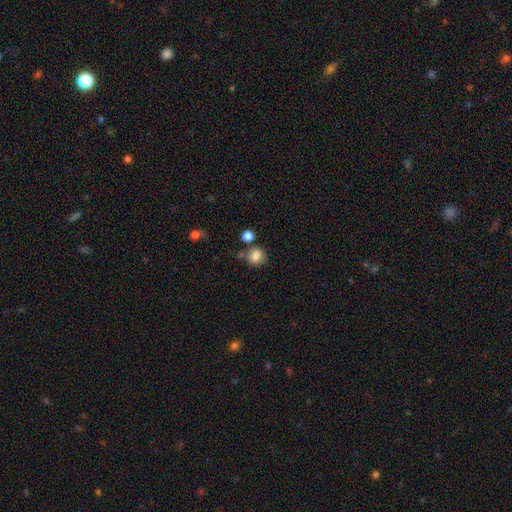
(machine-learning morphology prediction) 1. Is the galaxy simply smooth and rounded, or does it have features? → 84% smooth, 10% star or artifact, 6% featured or disk.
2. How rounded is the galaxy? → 83% round, 16% in between, 1% cigar-shaped.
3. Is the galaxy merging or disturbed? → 66% none, 14% merger, 14% minor disturbance, 5% major disturbance.